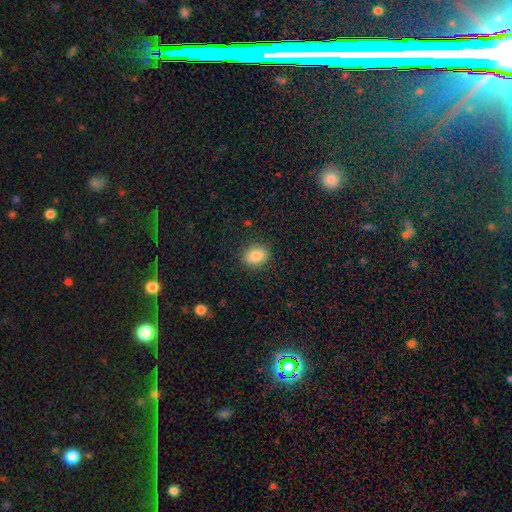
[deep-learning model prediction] This appears to be a smooth galaxy with no disk features (85%) that is in between round and cigar-shaped (52%). Merging: none (88%).